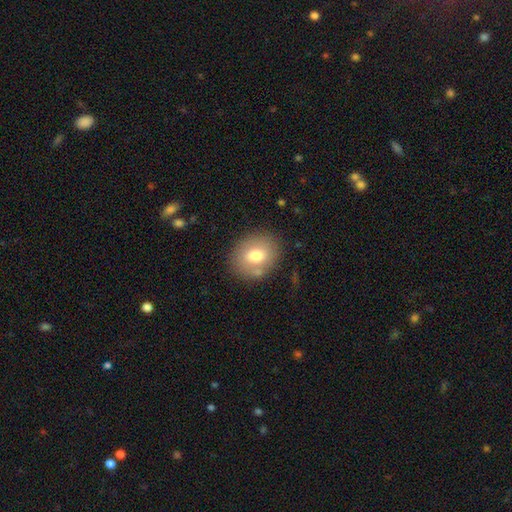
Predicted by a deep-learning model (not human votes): This appears to be a smooth galaxy with no disk features (73%) that is round (57%). Merging: none (79%).